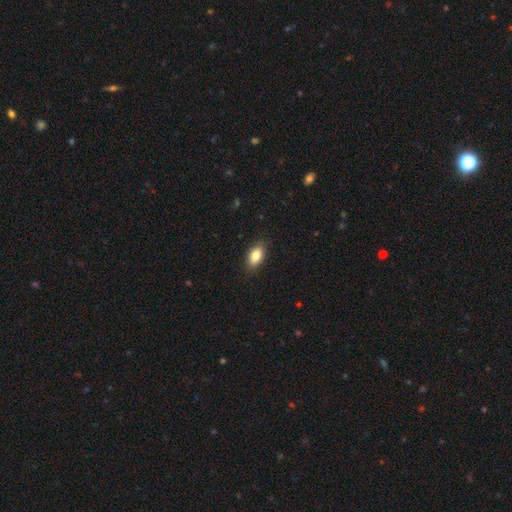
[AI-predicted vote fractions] Overall: smooth (82%). How rounded: in between (89%). Merging: none (87%).